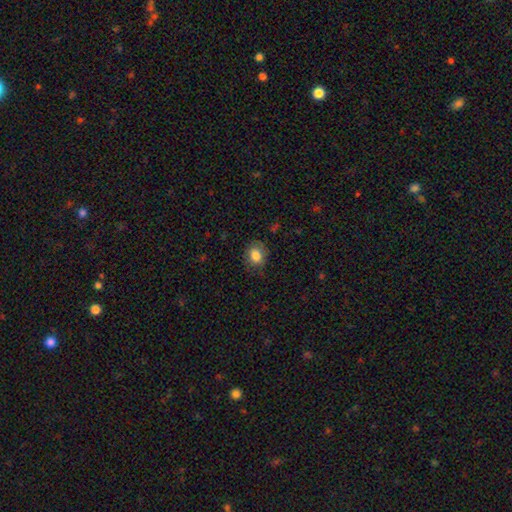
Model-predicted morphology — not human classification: Smooth or featured? Predicted: smooth (p=0.83). How rounded? Predicted: round (p=0.51). Merging? Predicted: none (p=0.75).